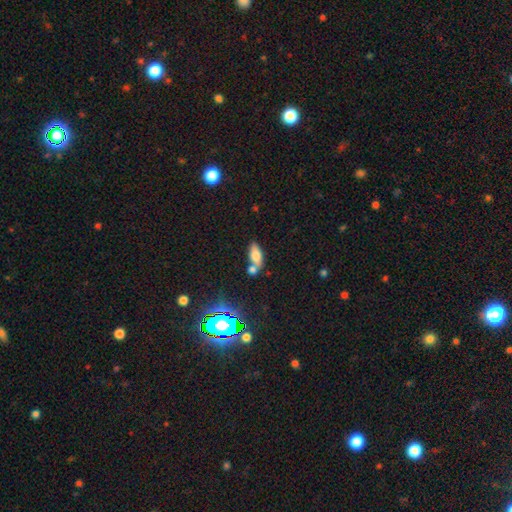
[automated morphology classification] type=smooth (71%); roundness=in between (84%); merging=none (45%).